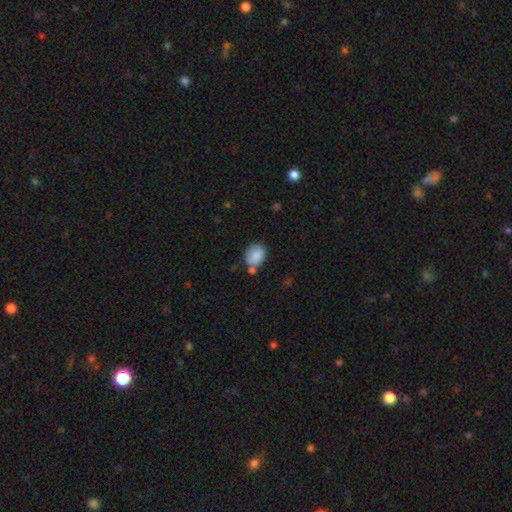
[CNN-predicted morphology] This appears to be a smooth galaxy with no disk features (85%) that is in between round and cigar-shaped (57%). Merging: none (57%).